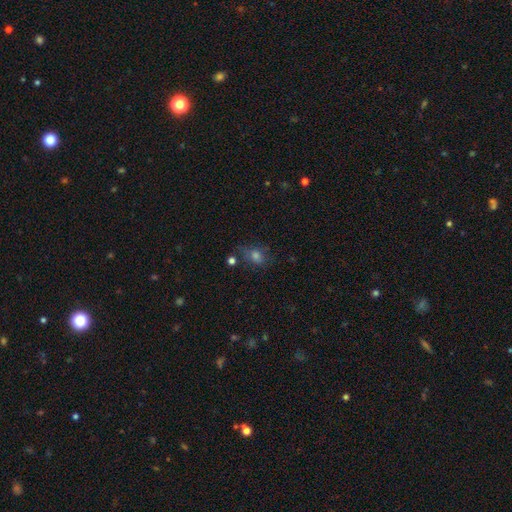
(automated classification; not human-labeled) A smooth galaxy with no disk features (62%) that is in between round and cigar-shaped (57%).

Vote fractions:
- Smooth or featured? smooth: 62% / star or artifact: 23% / featured or disk: 15%
- How rounded? in between: 57% / round: 41% / cigar-shaped: 2%
- Merging? none: 64% / minor disturbance: 21% / major disturbance: 10% / merger: 5%